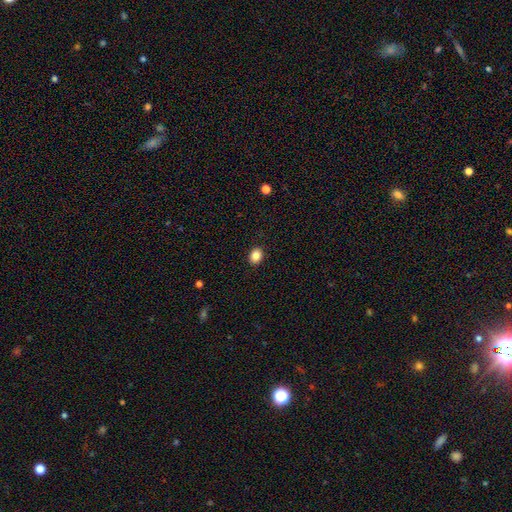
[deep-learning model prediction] The model was most divided on "how rounded": in between: 55%, round: 45%, cigar-shaped: 1%. More confident: merging — none (90%); smooth or featured — smooth (86%).